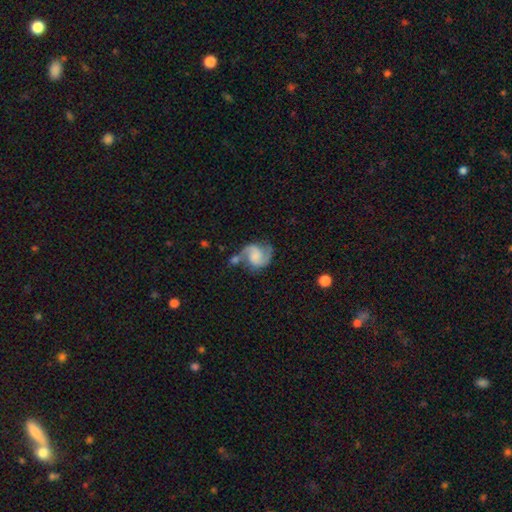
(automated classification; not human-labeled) The model was most divided on "bar": no: 52%, weak: 38%, strong: 10%. Remaining: edge-on disk — no (98%); spiral arms — yes (95%); spiral arm count — 2 (89%); smooth or featured — featured or disk (78%); spiral winding — medium (50%); merging — none (46%); bulge size — none (45%).